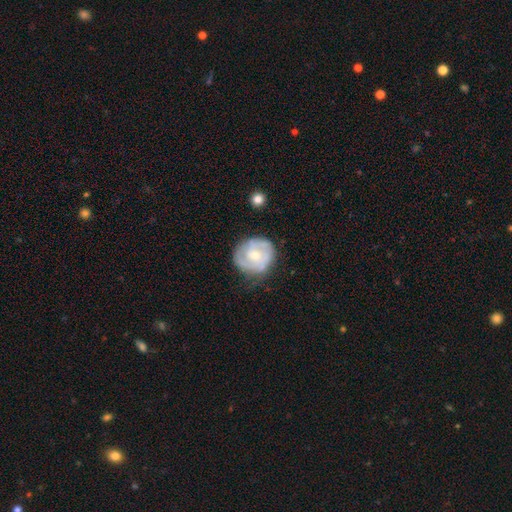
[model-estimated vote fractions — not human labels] smooth_or_featured: featured or disk (p=0.69) [alt: smooth p=0.25]
disk_edge_on: no (p=0.98) [alt: yes p=0.02]
bar: no (p=0.64) [alt: weak p=0.32]
has_spiral_arms: yes (p=0.85) [alt: no p=0.15]
spiral_winding: tight (p=0.54) [alt: medium p=0.36]
spiral_arm_count: 2 (p=0.39) [alt: can't tell p=0.30]
bulge_size: moderate (p=0.49) [alt: small p=0.45]
merging: none (p=0.69) [alt: minor disturbance p=0.22]